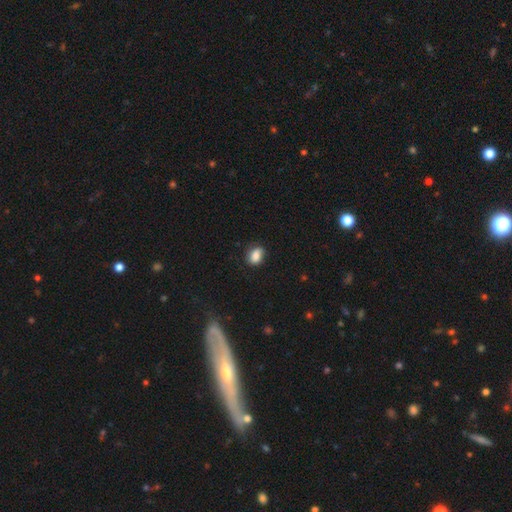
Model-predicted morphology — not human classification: This is clearly a smooth galaxy (84%). How rounded: likely in between (72%). Merging: likely none (72%).